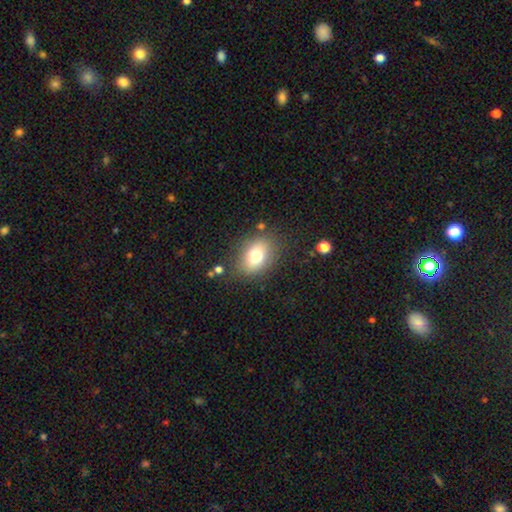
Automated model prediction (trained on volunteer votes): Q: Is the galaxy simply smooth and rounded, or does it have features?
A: smooth — 73%.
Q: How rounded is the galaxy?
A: in between — 64%.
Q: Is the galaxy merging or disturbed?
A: none — 80%.